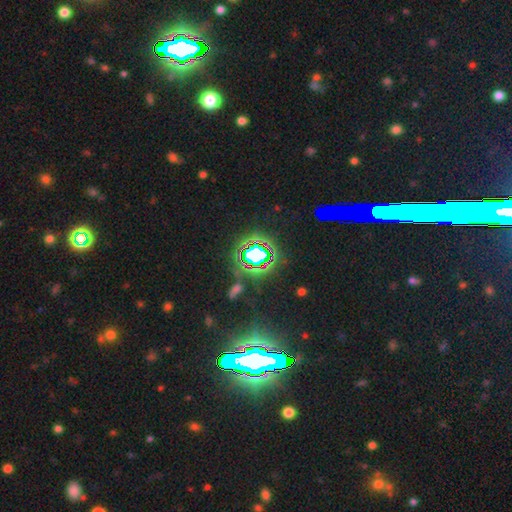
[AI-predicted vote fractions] This is likely a star or artifact rather than a galaxy (79%).